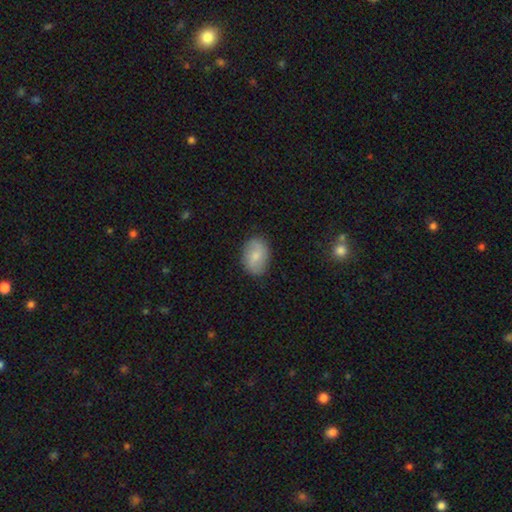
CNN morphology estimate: Overall: smooth (70%). How rounded: in between (79%). Merging: none (85%).